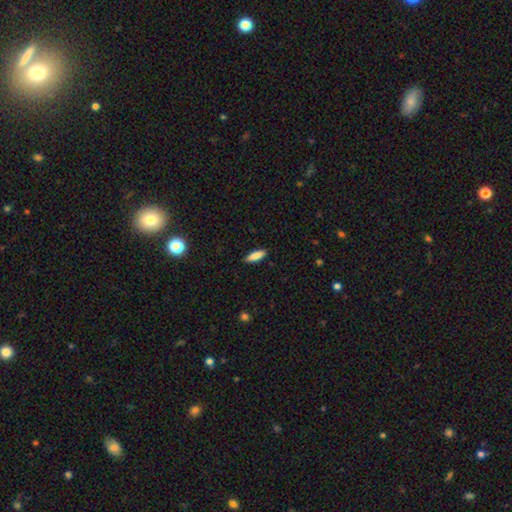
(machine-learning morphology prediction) The model was most divided on "how rounded": cigar-shaped: 51%, in between: 47%, round: 2%. More confident: merging — none (89%); smooth or featured — smooth (83%).